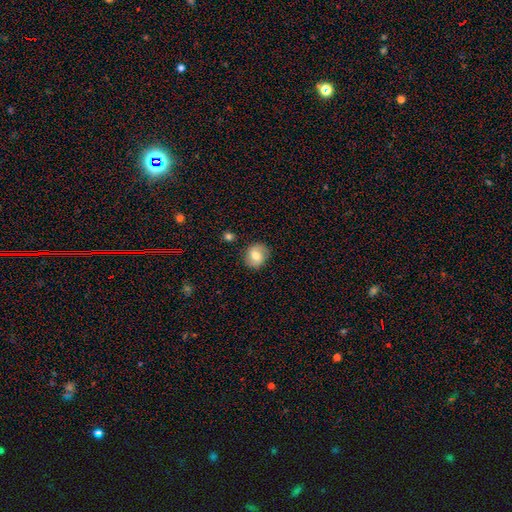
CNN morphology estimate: Smooth or featured?
  - smooth: 71% *
  - featured or disk: 21%
  - star or artifact: 8%
How rounded?
  - round: 76% *
  - in between: 23%
  - cigar-shaped: 1%
Merging?
  - none: 84% *
  - minor disturbance: 11%
  - major disturbance: 3%
  - merger: 2%